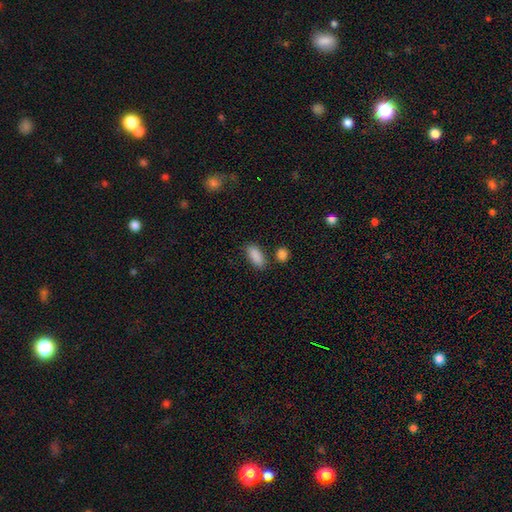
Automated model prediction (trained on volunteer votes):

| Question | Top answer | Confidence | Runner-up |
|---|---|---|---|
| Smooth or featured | smooth | 89% | star or artifact (7%) |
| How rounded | in between | 86% | cigar-shaped (11%) |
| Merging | none | 79% | minor disturbance (11%) |